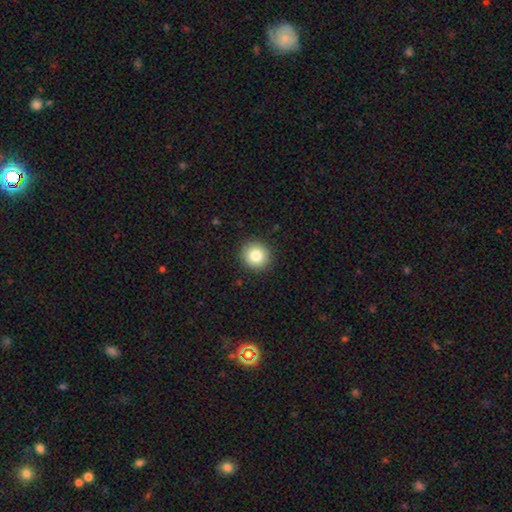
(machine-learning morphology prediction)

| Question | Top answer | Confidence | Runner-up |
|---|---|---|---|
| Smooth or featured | smooth | 84% | star or artifact (9%) |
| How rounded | round | 92% | in between (7%) |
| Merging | none | 91% | minor disturbance (6%) |